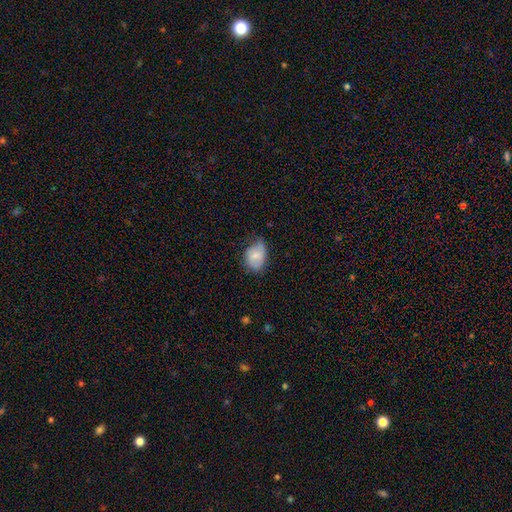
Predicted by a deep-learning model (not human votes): smooth-or-featured: smooth: 69% | featured or disk: 24% | star or artifact: 7%
  how-rounded: in between: 74% | round: 25% | cigar-shaped: 1%
  merging: none: 49% | minor disturbance: 39% | major disturbance: 10% | merger: 1%